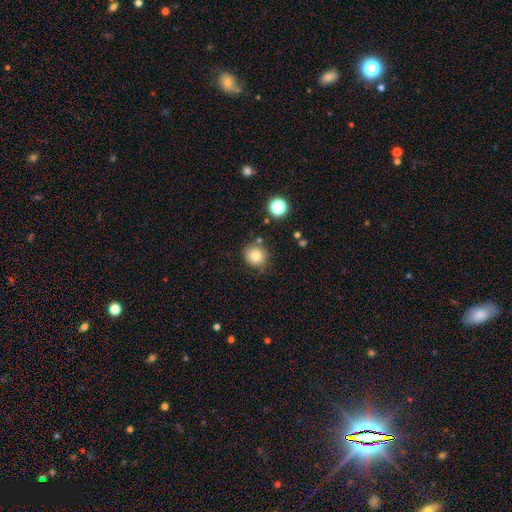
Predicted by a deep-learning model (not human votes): Smooth or featured? smooth (78%)
How rounded? round (87%)
Merging? none (78%)